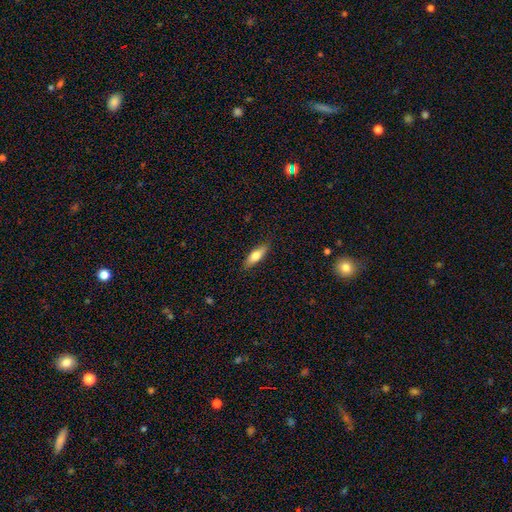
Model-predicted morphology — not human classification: Smooth or featured? Predicted: smooth (p=0.70). How rounded? Predicted: in between (p=0.53). Merging? Predicted: none (p=0.87).